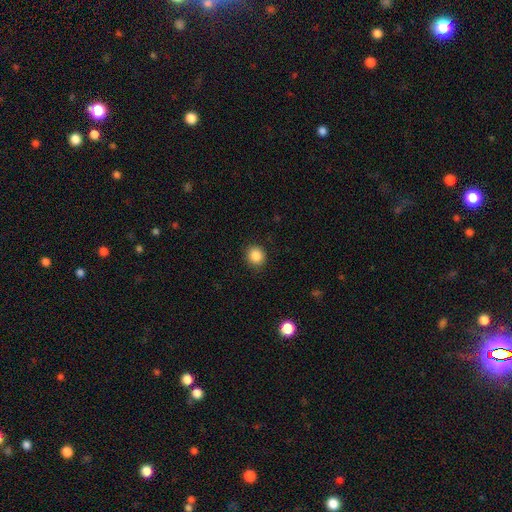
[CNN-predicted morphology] smooth-or-featured: smooth: 87% | star or artifact: 10% | featured or disk: 4%
  how-rounded: round: 83% | in between: 16% | cigar-shaped: 1%
  merging: none: 89% | minor disturbance: 8% | major disturbance: 2% | merger: 1%